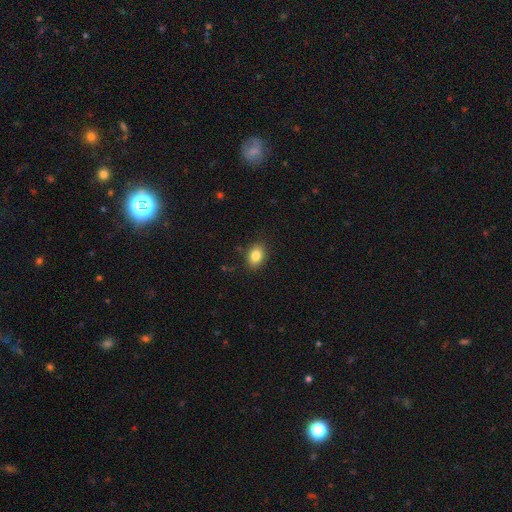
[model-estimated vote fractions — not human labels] Smooth or featured?
  - smooth: 84% *
  - star or artifact: 9%
  - featured or disk: 7%
How rounded?
  - in between: 69% *
  - round: 30%
  - cigar-shaped: 1%
Merging?
  - none: 86% *
  - minor disturbance: 11%
  - major disturbance: 2%
  - merger: 1%